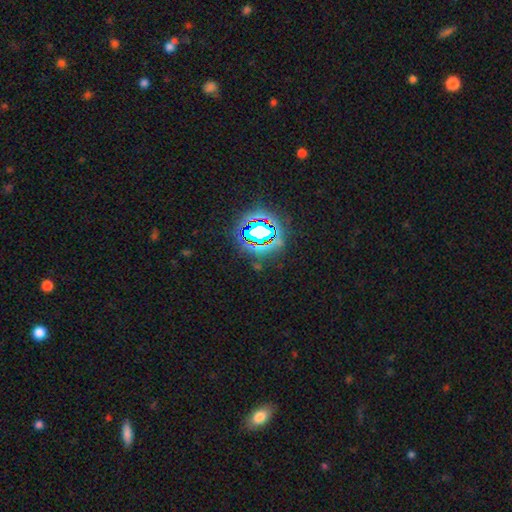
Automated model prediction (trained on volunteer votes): smooth_or_featured: star or artifact (p=0.77) [alt: smooth p=0.14]